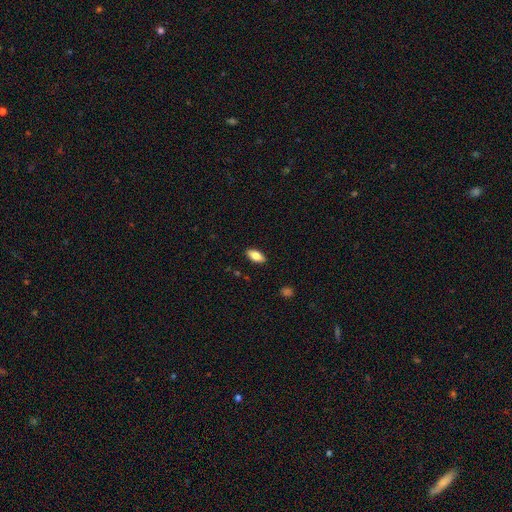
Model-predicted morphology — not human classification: Smooth or featured? smooth (78%)
How rounded? in between (88%)
Merging? none (89%)